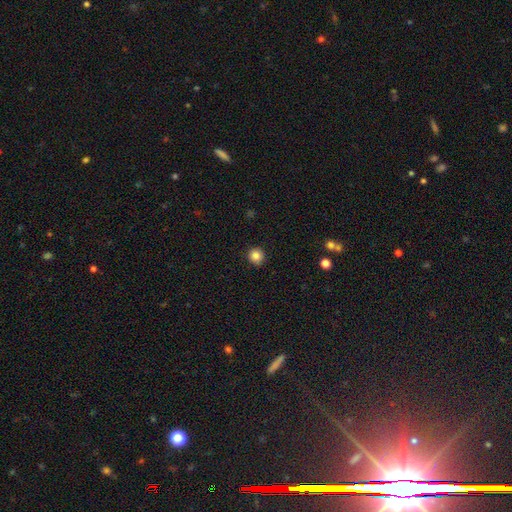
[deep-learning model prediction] Smooth or featured? smooth (85%)
How rounded? round (93%)
Merging? none (92%)